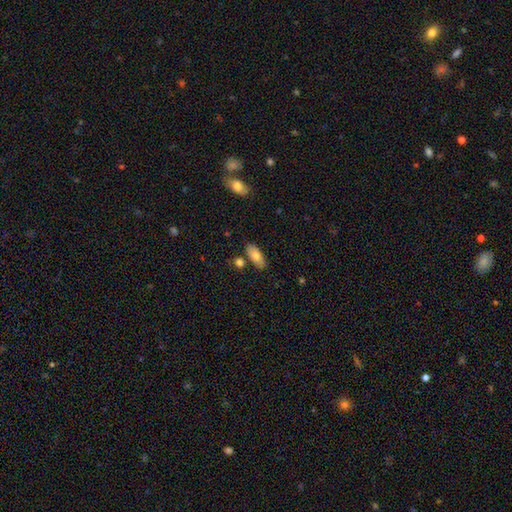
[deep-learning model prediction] Smooth or featured? smooth (74%)
How rounded? in between (88%)
Merging? none (76%)